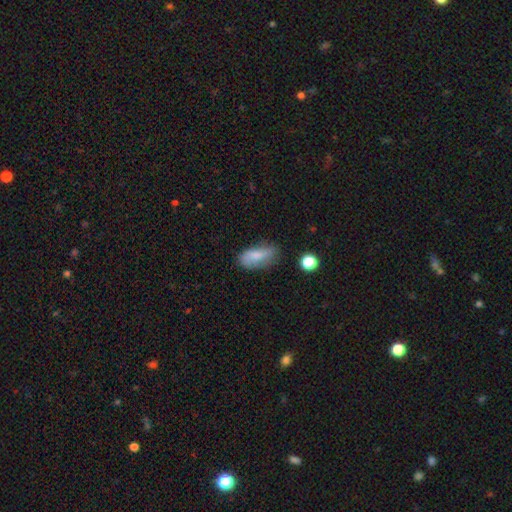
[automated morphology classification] This is likely a smooth galaxy (75%). How rounded: clearly in between (86%). Merging: possibly none (60%).